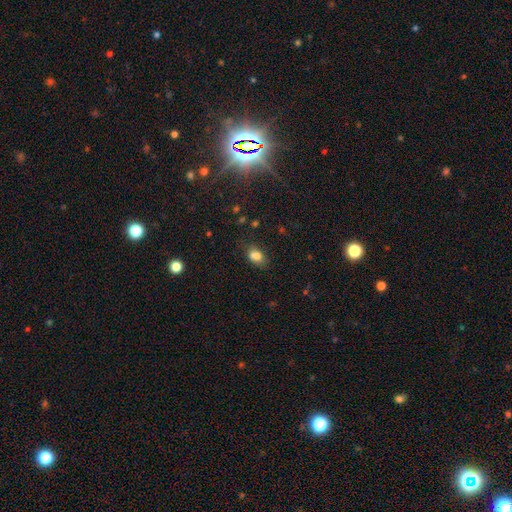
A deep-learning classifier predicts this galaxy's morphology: smooth 80%, star or artifact 12%, featured or disk 8%. Down the decision tree: how rounded — in between (77%); merging — none (63%).